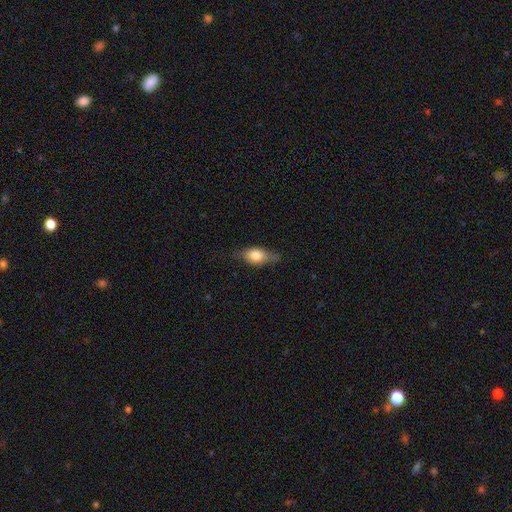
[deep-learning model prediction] smooth 71%, featured or disk 22%, star or artifact 7%. Down the decision tree: how rounded — in between (80%); merging — none (64%).